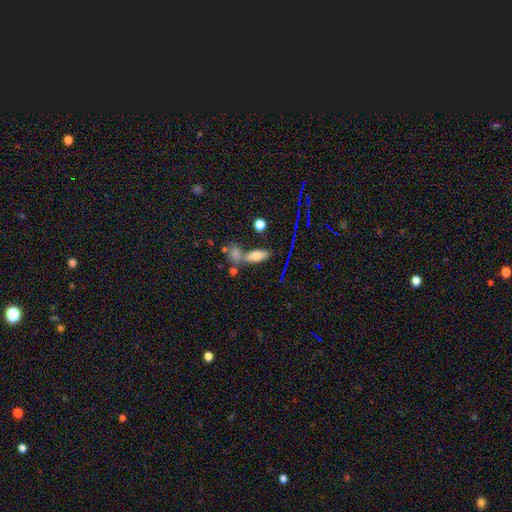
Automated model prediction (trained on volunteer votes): This appears to be a smooth galaxy with no disk features (71%) that is in between round and cigar-shaped (67%). Merging: none (52%).